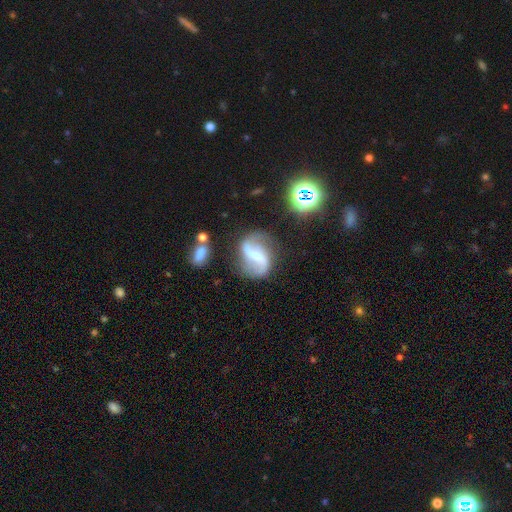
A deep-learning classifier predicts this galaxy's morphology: featured or disk 81%, smooth 11%, star or artifact 7%. Down the decision tree: edge-on disk — no (97%); bar — strong (55%); spiral arms — yes (91%); spiral arm count — 2 (90%); spiral winding — loose (72%); bulge size — small (39%); merging — none (71%).